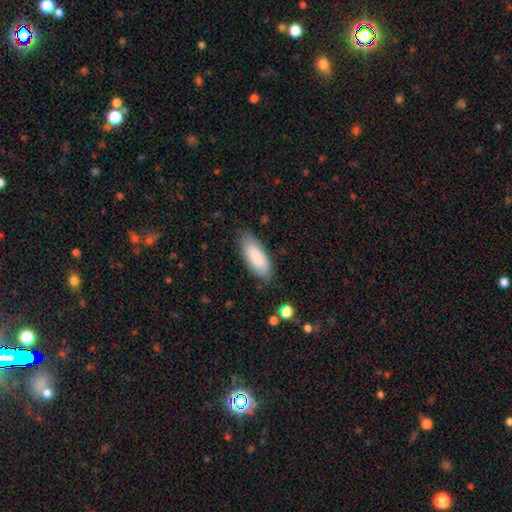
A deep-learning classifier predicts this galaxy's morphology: type=smooth (82%); roundness=in between (78%); merging=none (81%).